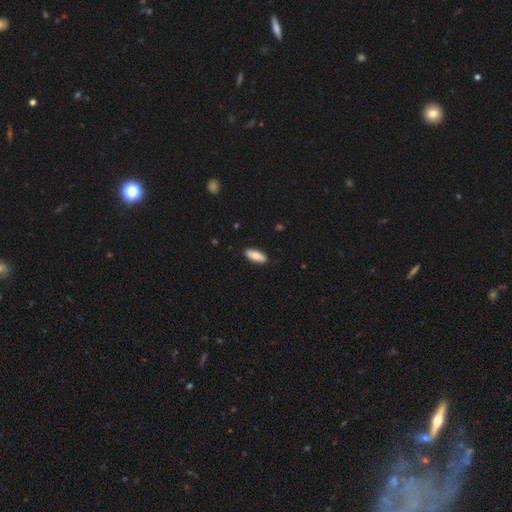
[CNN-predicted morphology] This appears to be a smooth galaxy with no disk features (79%) that is in between round and cigar-shaped (80%). Merging: none (90%).